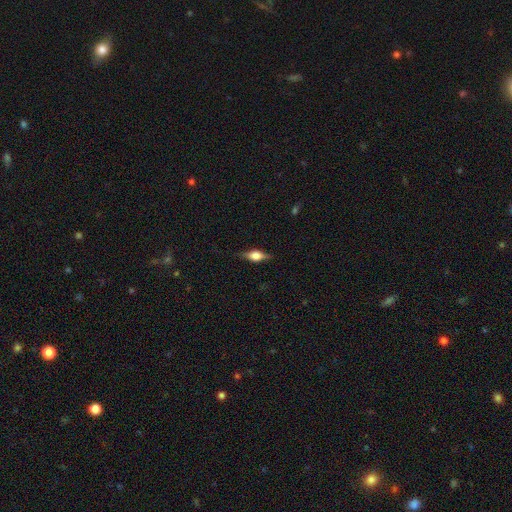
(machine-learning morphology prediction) type=featured or disk (58%); edge-on=yes (95%); edge-on bulge=rounded (88%); merging=none (83%).